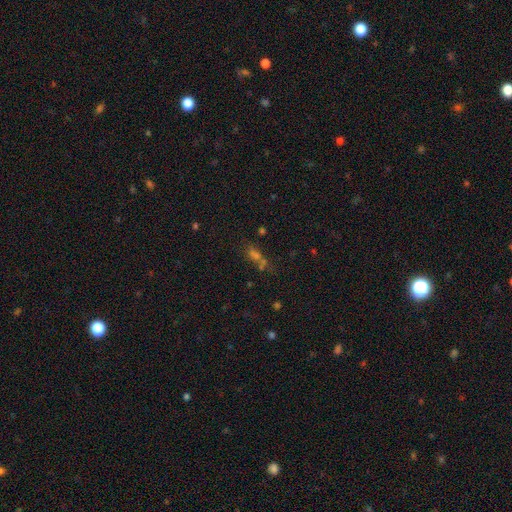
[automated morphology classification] Overall: smooth (44%; star or artifact 38%). Merging: none (48%; merger 27%).